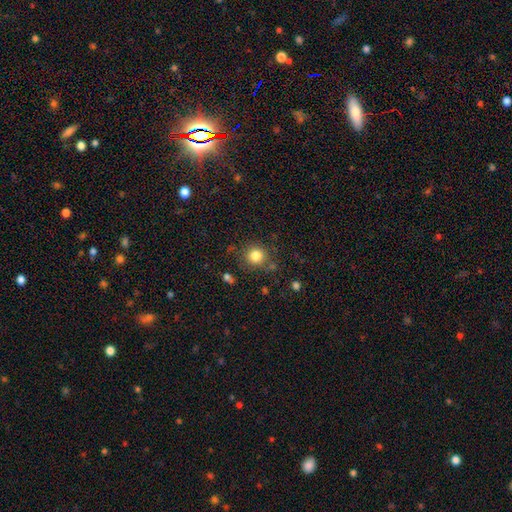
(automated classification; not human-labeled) smooth_or_featured: smooth (p=0.82) [alt: star or artifact p=0.12]
how_rounded: round (p=0.91) [alt: in between p=0.08]
merging: none (p=0.80) [alt: minor disturbance p=0.11]